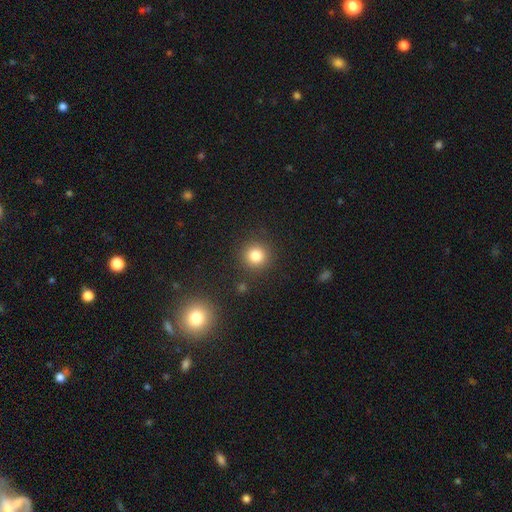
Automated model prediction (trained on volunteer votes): smooth 82%, star or artifact 12%, featured or disk 6%. Down the decision tree: how rounded — round (92%); merging — none (88%).